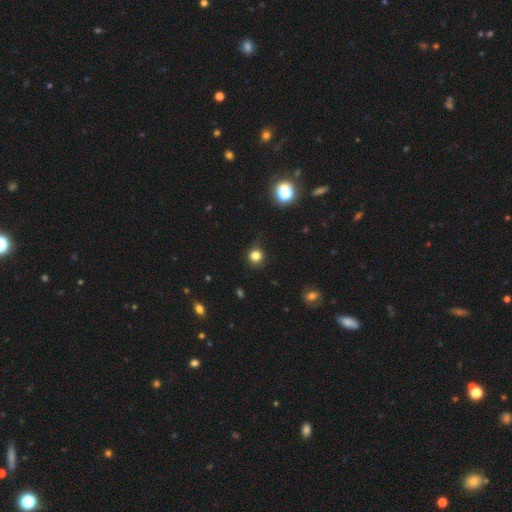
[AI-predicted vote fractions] Smooth or featured? Predicted: smooth (p=0.81). How rounded? Predicted: round (p=0.91). Merging? Predicted: none (p=0.86).